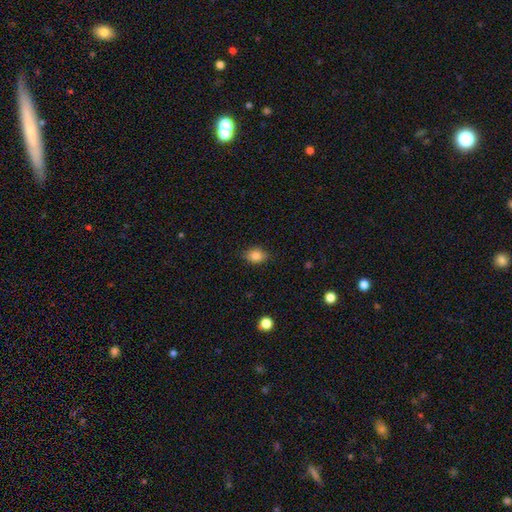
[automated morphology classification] Q: Smooth or featured?
A: smooth (84%); runner-up: star or artifact (10%)
Q: How rounded?
A: in between (69%); runner-up: round (30%)
Q: Merging?
A: none (83%); runner-up: minor disturbance (13%)